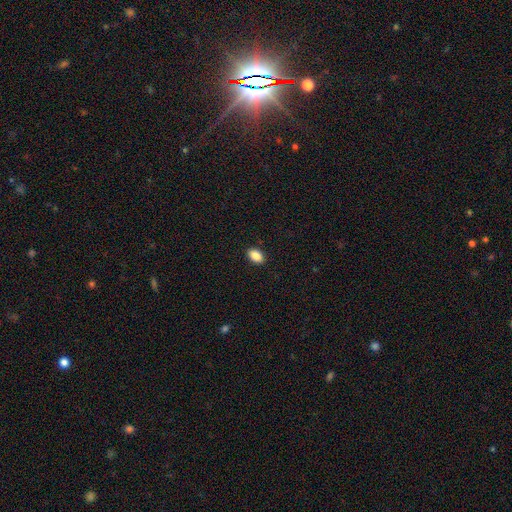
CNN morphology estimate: Smooth or featured? Predicted: smooth (p=0.88). How rounded? Predicted: in between (p=0.90). Merging? Predicted: none (p=0.90).